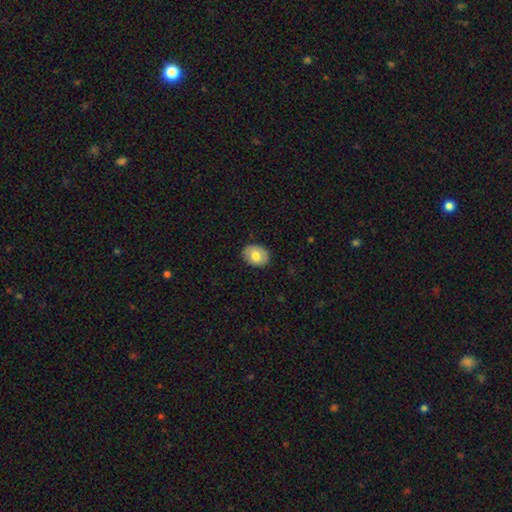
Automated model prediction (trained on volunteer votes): Morphology: type=smooth (73%); roundness=in between (58%); merging=none (86%).